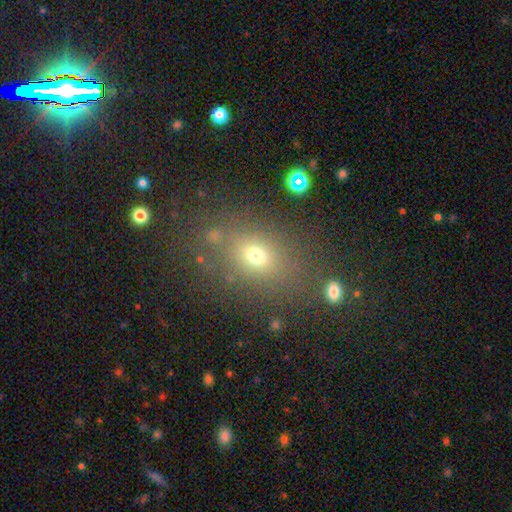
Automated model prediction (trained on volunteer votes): Smooth or featured?
  - smooth: 66% *
  - star or artifact: 20%
  - featured or disk: 13%
How rounded?
  - in between: 64% *
  - round: 33%
  - cigar-shaped: 3%
Merging?
  - none: 76% *
  - minor disturbance: 13%
  - major disturbance: 6%
  - merger: 5%